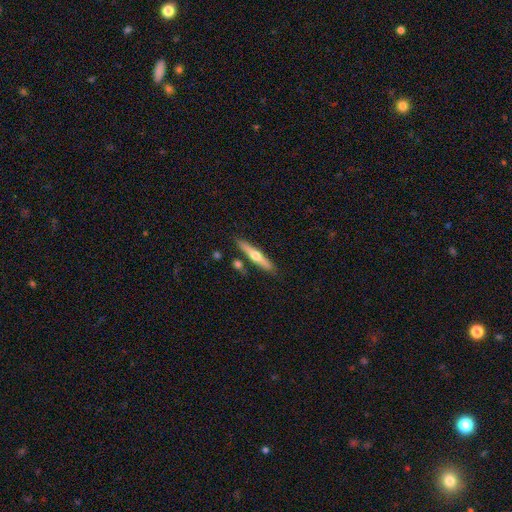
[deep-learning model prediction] featured or disk 56%, smooth 39%, star or artifact 5%. Down the decision tree: edge-on disk — yes (95%); edge-on bulge — rounded (91%); merging — none (83%).